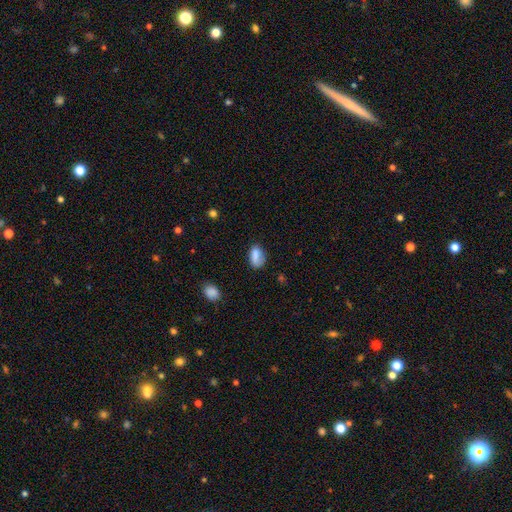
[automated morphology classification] The model was most divided on "merging": none: 59%, minor disturbance: 27%, major disturbance: 10%, merger: 4%. More confident: how rounded — in between (88%); smooth or featured — smooth (80%).